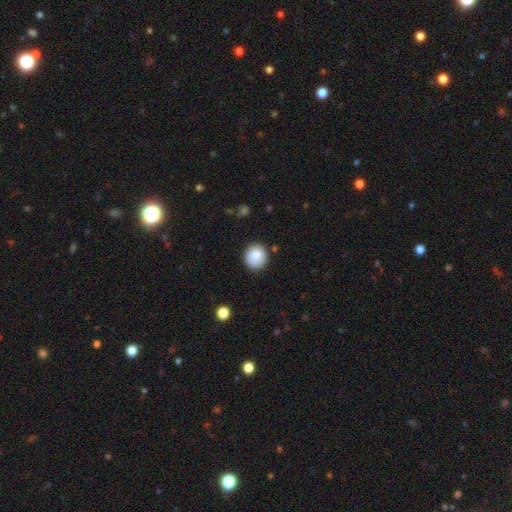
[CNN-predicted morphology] Smooth or featured? smooth (84%)
How rounded? round (88%)
Merging? none (87%)